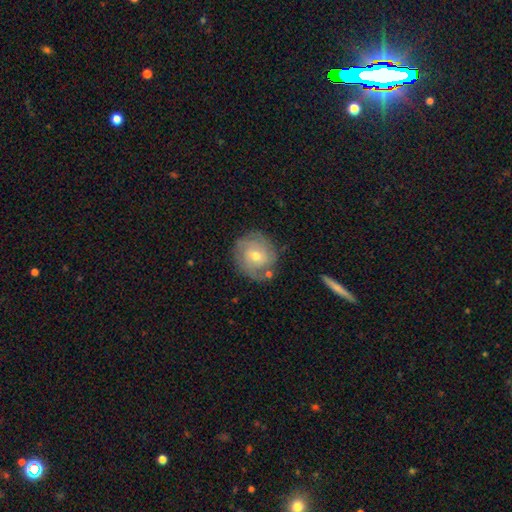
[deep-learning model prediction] smooth_or_featured: featured or disk (p=0.59) [alt: smooth p=0.33]
disk_edge_on: no (p=0.96) [alt: yes p=0.04]
bar: no (p=0.67) [alt: weak p=0.28]
has_spiral_arms: yes (p=0.81) [alt: no p=0.19]
bulge_size: moderate (p=0.58) [alt: small p=0.38]
merging: none (p=0.71) [alt: minor disturbance p=0.17]